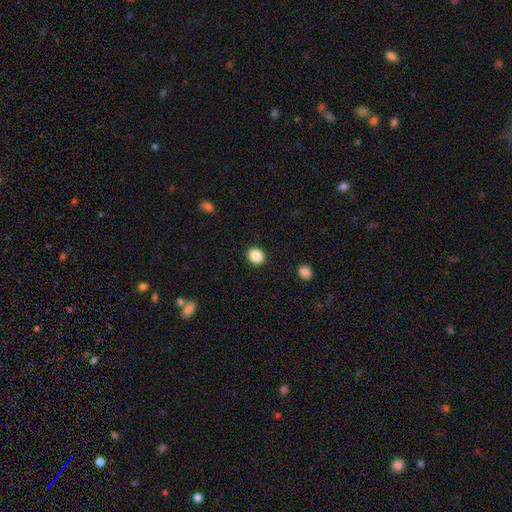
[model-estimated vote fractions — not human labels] This appears to be a smooth galaxy with no disk features (86%) that is round (66%). Merging: none (91%).